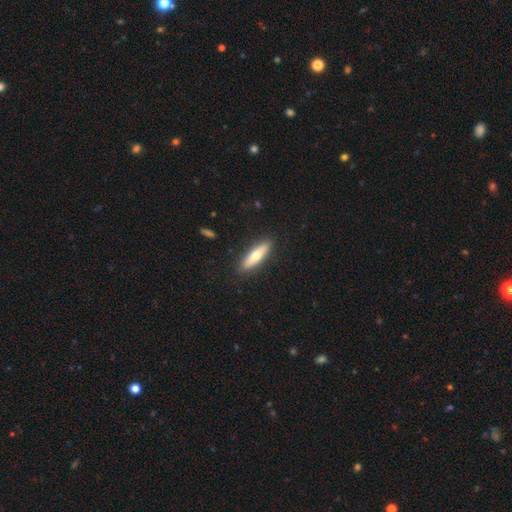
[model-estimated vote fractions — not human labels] smooth 62%, featured or disk 33%, star or artifact 5%. Down the decision tree: how rounded — cigar-shaped (68%); merging — none (89%).